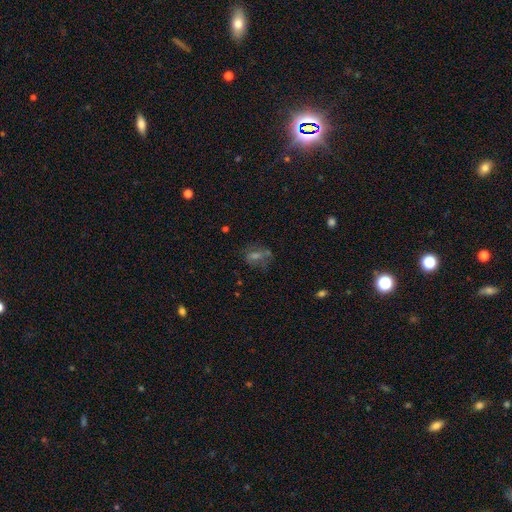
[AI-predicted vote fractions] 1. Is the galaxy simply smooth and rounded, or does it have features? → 35% smooth, 33% star or artifact, 33% featured or disk.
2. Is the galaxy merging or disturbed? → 65% none, 18% minor disturbance, 13% major disturbance, 4% merger.